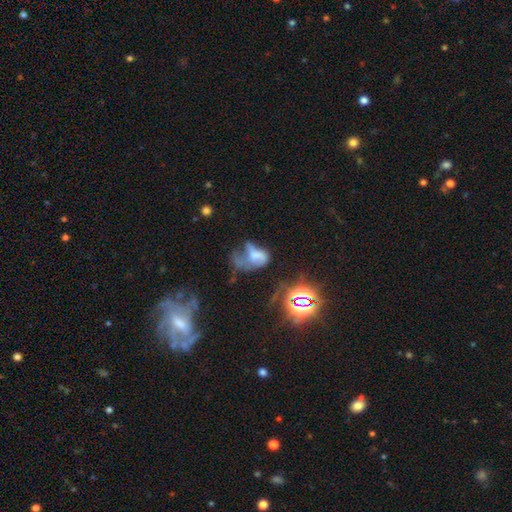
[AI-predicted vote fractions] Smooth or featured?
  - featured or disk: 41% *
  - smooth: 37%
  - star or artifact: 21%
Merging?
  - major disturbance: 52% *
  - merger: 17%
  - none: 16%
  - minor disturbance: 15%